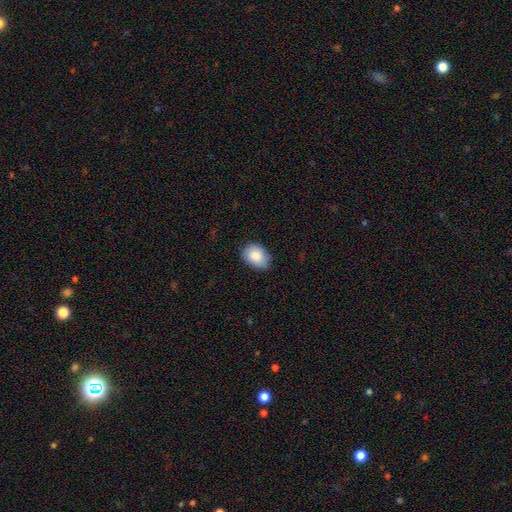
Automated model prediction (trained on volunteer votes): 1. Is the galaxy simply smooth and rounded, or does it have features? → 87% smooth, 7% star or artifact, 6% featured or disk.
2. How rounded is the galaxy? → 74% in between, 25% round, 1% cigar-shaped.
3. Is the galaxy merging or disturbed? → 77% none, 20% minor disturbance, 3% major disturbance, 1% merger.